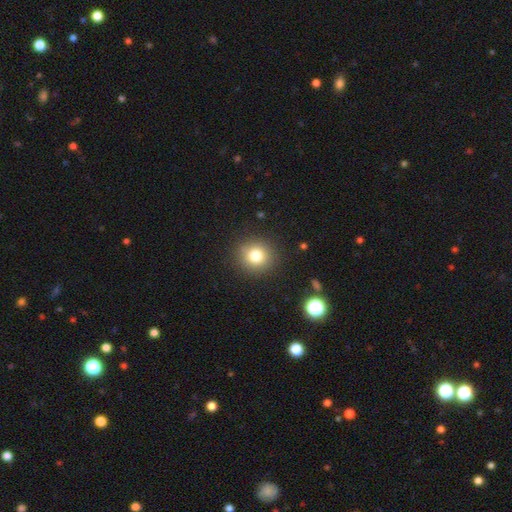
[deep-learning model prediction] Smooth or featured? Predicted: smooth (p=0.78). How rounded? Predicted: round (p=0.90). Merging? Predicted: none (p=0.89).